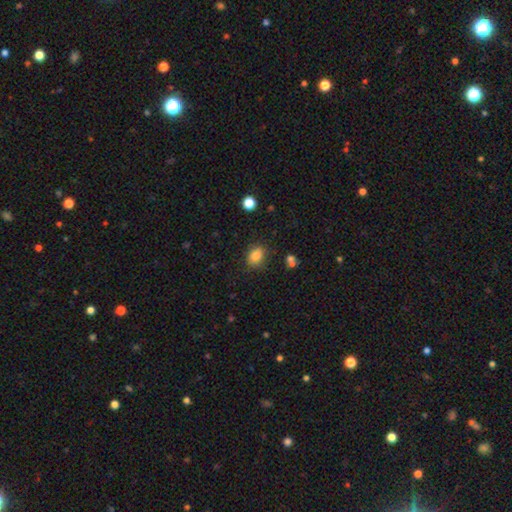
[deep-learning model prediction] This appears to be a smooth galaxy with no disk features (84%) that is in between round and cigar-shaped (66%). Merging: none (77%).